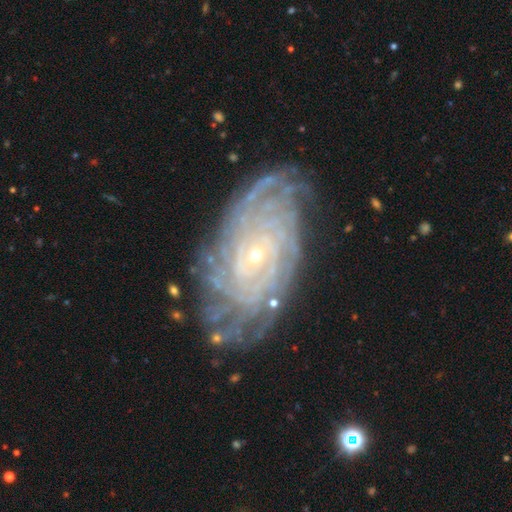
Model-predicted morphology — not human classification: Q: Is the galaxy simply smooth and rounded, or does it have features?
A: featured or disk — 89%.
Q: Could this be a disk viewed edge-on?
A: no — 96%.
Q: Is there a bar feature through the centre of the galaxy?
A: no — 69%.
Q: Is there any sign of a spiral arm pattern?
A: yes — 97%.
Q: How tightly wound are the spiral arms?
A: tight — 84%.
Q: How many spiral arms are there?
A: more than 4 — 34%.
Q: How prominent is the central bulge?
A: small — 81%.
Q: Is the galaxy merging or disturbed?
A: none — 78%.